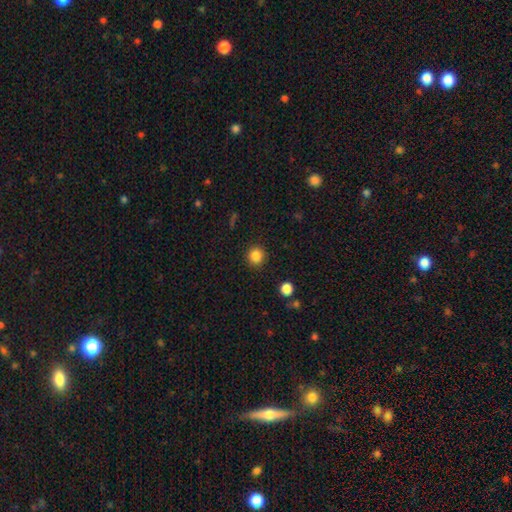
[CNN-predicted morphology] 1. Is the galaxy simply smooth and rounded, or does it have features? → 85% smooth, 11% star or artifact, 4% featured or disk.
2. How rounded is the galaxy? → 90% round, 9% in between, 1% cigar-shaped.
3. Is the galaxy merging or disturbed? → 90% none, 6% minor disturbance, 2% major disturbance, 1% merger.